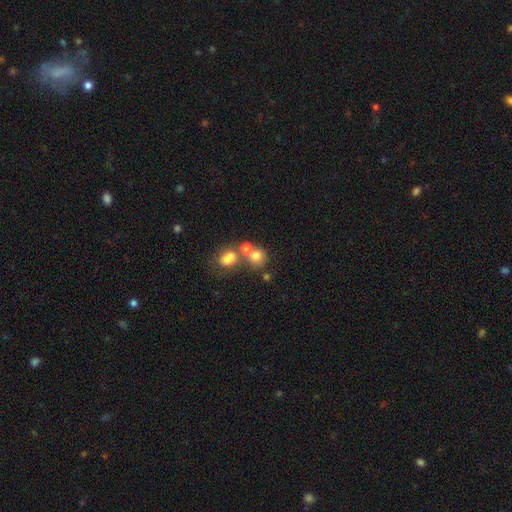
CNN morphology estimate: smooth_or_featured: smooth (p=0.73) [alt: star or artifact p=0.14]
how_rounded: round (p=0.74) [alt: in between p=0.25]
merging: merger (p=0.46) [alt: none p=0.40]